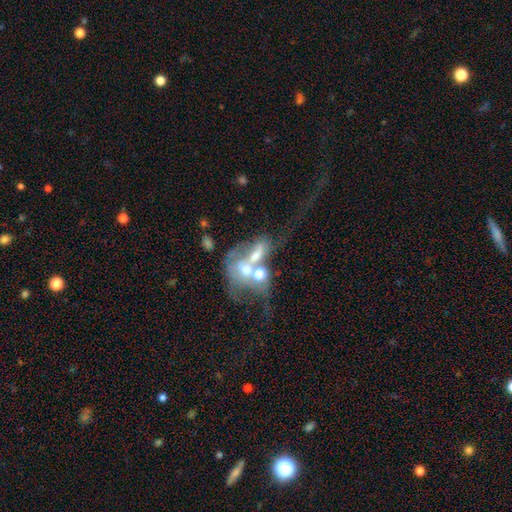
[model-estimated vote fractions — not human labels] Smooth or featured? featured or disk (43%)
Merging? merger (62%)